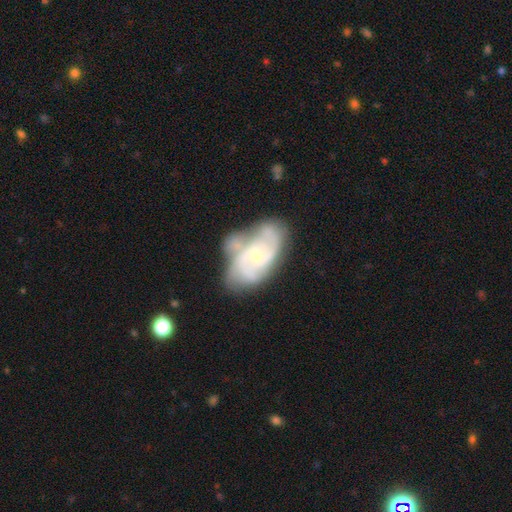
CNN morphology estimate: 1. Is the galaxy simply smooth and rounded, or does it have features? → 79% featured or disk, 14% smooth, 6% star or artifact.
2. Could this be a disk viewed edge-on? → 97% no, 3% yes.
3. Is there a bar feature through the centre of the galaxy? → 58% no, 35% weak, 7% strong.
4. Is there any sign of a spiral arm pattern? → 91% yes, 9% no.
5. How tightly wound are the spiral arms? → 45% medium, 40% tight, 15% loose.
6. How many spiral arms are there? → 34% 2, 27% 3, 25% can't tell, 7% 4, 4% 1, 3% more than 4.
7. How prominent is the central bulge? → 69% small, 27% moderate, 2% none, 1% large, 1% dominant.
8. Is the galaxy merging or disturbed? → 37% none, 26% merger, 23% minor disturbance, 13% major disturbance.